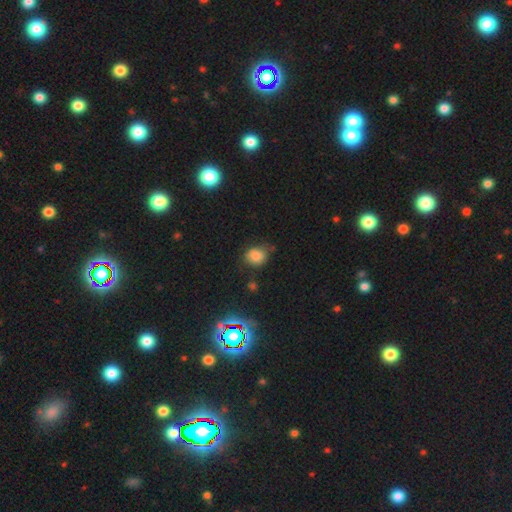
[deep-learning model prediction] This appears to be a smooth galaxy with no disk features (78%) that is round (68%). Merging: none (66%).